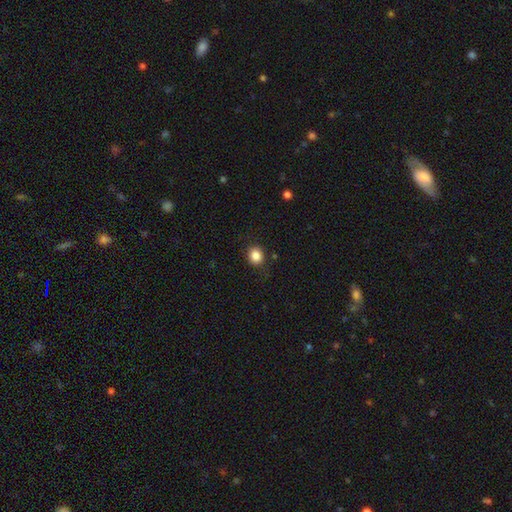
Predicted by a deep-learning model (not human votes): A smooth galaxy with no disk features (86%) that is round (78%).

Vote fractions:
- Smooth or featured? smooth: 86% / star or artifact: 10% / featured or disk: 4%
- How rounded? round: 78% / in between: 21% / cigar-shaped: 1%
- Merging? none: 87% / minor disturbance: 9% / major disturbance: 3% / merger: 1%